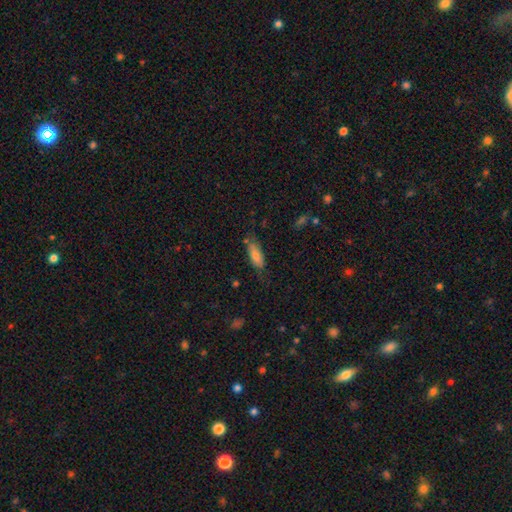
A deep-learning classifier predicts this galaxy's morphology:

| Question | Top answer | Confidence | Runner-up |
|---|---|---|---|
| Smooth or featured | smooth | 78% | featured or disk (15%) |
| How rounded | in between | 68% | cigar-shaped (30%) |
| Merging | none | 63% | minor disturbance (26%) |